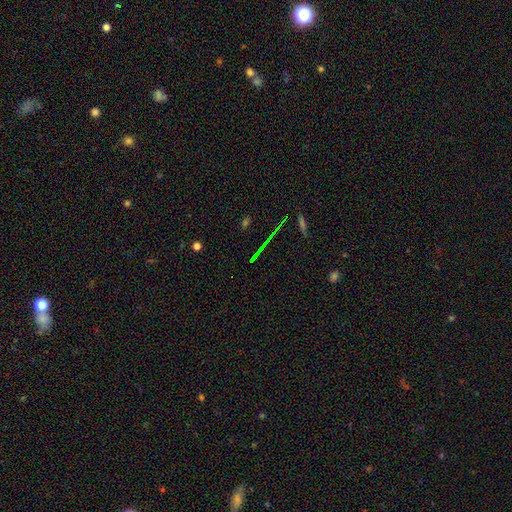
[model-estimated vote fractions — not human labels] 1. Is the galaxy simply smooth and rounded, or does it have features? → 71% star or artifact, 15% featured or disk, 14% smooth.